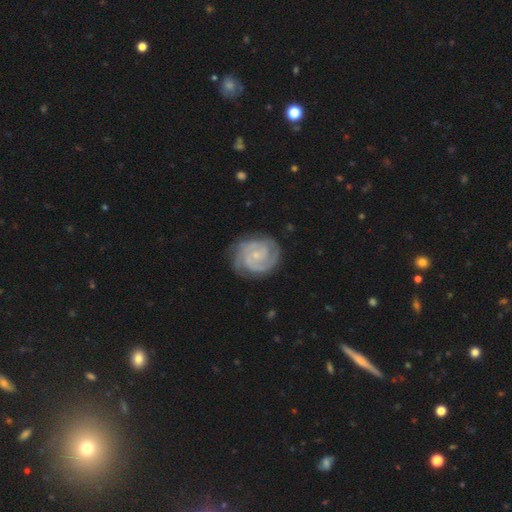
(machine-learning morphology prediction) smooth-or-featured: featured or disk: 89% | smooth: 6% | star or artifact: 4%
  disk-edge-on: no: 98% | yes: 2%
    bar: no: 64% | weak: 30% | strong: 6%
    has-spiral-arms: yes: 98% | no: 2%
      spiral-winding: tight: 71% | medium: 25% | loose: 4%
      spiral-arm-count: 2: 54% | 3: 21% | can't tell: 12% | 4: 5% | 1: 4% | more than 4: 4%
    bulge-size: small: 74% | moderate: 19% | none: 5% | large: 1% | dominant: 1%
  merging: none: 78% | minor disturbance: 16% | major disturbance: 5% | merger: 1%